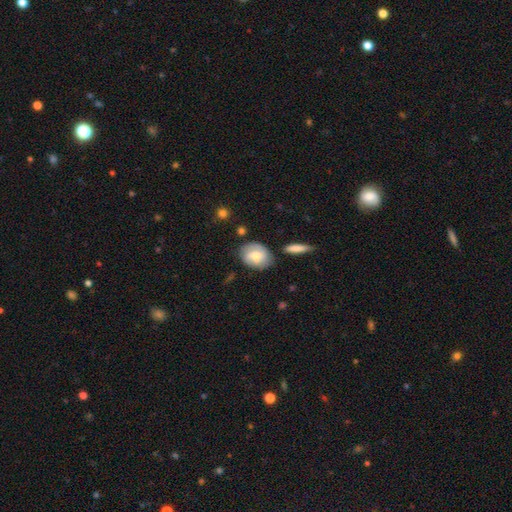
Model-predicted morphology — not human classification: Smooth or featured? Predicted: smooth (p=0.58). How rounded? Predicted: in between (p=0.66). Merging? Predicted: none (p=0.68).